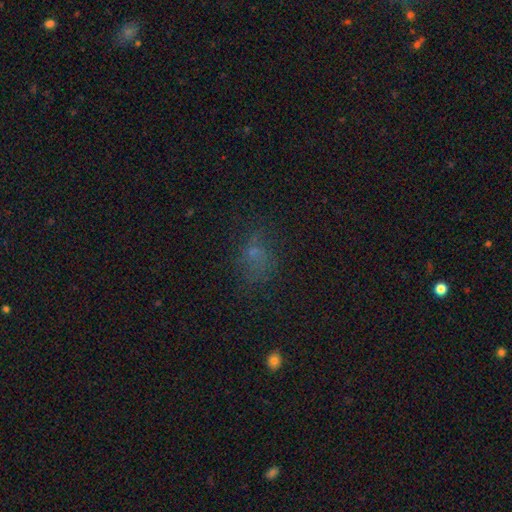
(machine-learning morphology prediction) This is possibly a smooth galaxy (51%). How rounded: possibly in between (56%). Merging: possibly none (51%).